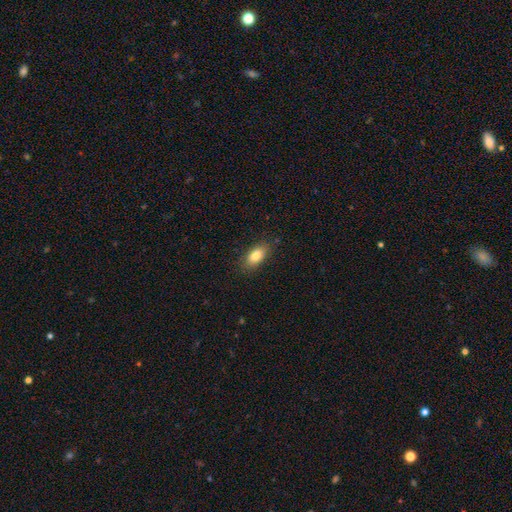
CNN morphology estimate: Smooth or featured: smooth — 82% (featured or disk — 11%)
How rounded: in between — 88% (cigar-shaped — 7%)
Merging: none — 86% (minor disturbance — 11%)